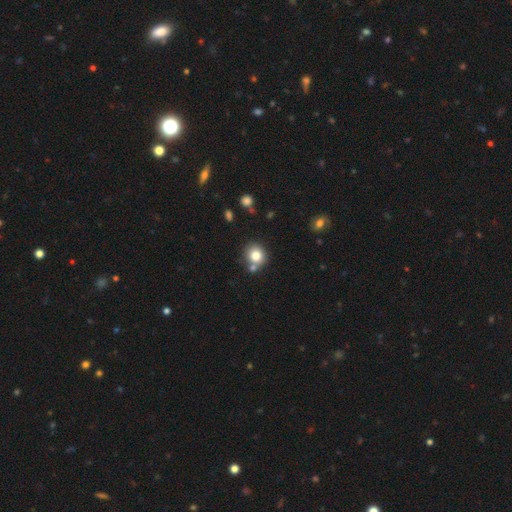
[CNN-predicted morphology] A smooth galaxy with no disk features (79%) that is round (82%).

Vote fractions:
- Smooth or featured? smooth: 79% / star or artifact: 11% / featured or disk: 10%
- How rounded? round: 82% / in between: 17% / cigar-shaped: 1%
- Merging? none: 67% / merger: 19% / minor disturbance: 11% / major disturbance: 3%